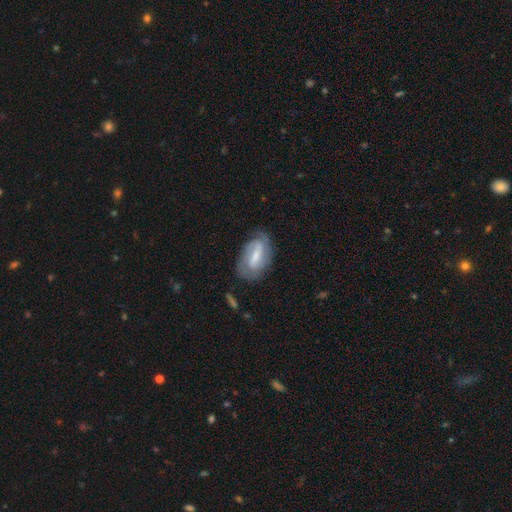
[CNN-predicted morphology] This is likely a featured or disk galaxy (69%). It is clearly not viewed edge-on (94%). Bar: possibly strong (47%). Spiral arm pattern: clearly yes (87%). Spiral arm count: possibly 2 (58%). Spiral winding: possibly tight (46%). Central bulge: marginally moderate (38%). Merging: likely none (68%).